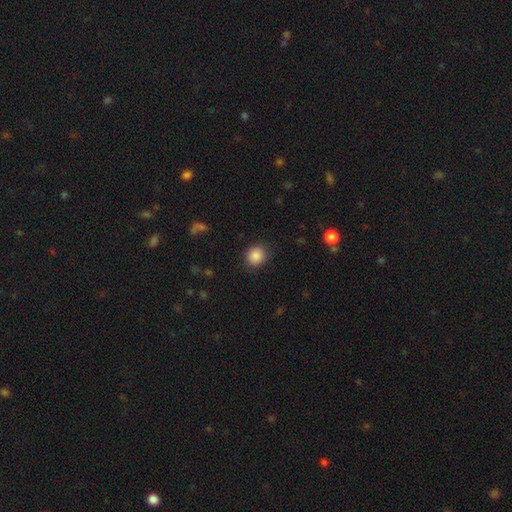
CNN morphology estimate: smooth 87%, star or artifact 9%, featured or disk 4%. Down the decision tree: how rounded — round (82%); merging — none (87%).